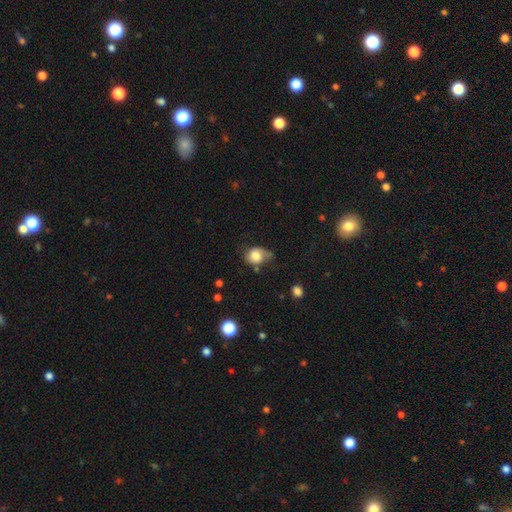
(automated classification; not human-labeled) Q: Smooth or featured?
A: smooth (73%); runner-up: featured or disk (17%)
Q: How rounded?
A: round (55%); runner-up: in between (44%)
Q: Merging?
A: none (46%); runner-up: minor disturbance (35%)